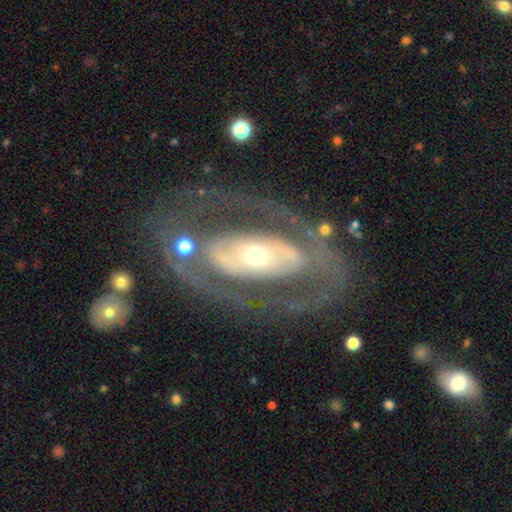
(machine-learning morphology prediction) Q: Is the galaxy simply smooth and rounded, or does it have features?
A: featured or disk — 79%.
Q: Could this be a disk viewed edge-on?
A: no — 92%.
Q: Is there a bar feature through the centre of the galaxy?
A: no — 53%.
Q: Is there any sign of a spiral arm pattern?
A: yes — 57%.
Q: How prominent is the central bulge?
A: moderate — 61%.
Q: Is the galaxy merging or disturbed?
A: none — 69%.